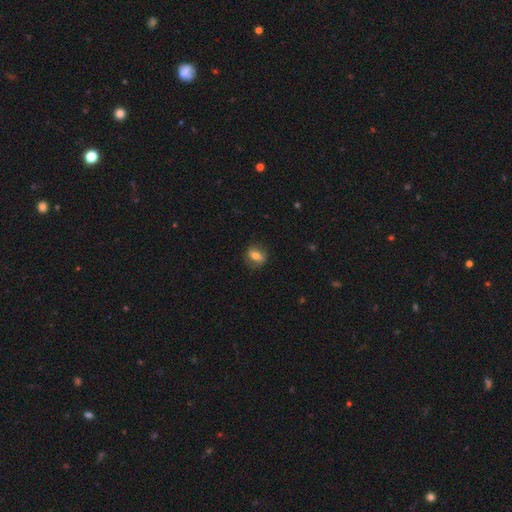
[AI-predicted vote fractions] The model was most divided on "how rounded": in between: 62%, round: 34%, cigar-shaped: 4%. More confident: merging — none (77%); smooth or featured — smooth (65%).